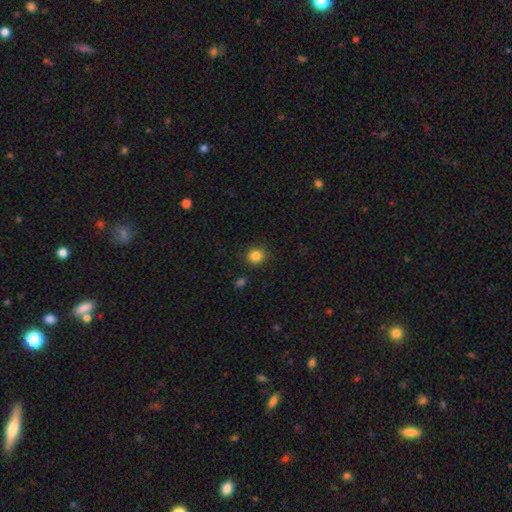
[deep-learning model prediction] Smooth or featured? smooth (85%)
How rounded? round (82%)
Merging? none (88%)